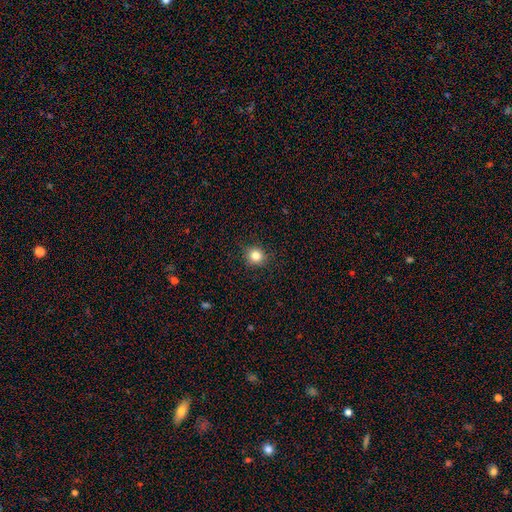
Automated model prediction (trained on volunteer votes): Morphology: type=smooth (83%); roundness=round (84%); merging=none (90%).